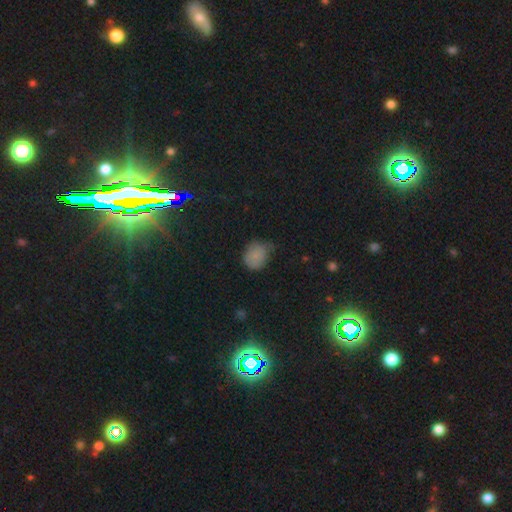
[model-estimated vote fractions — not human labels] A smooth galaxy with no disk features (79%) that is round (67%). Merging: none (47%).